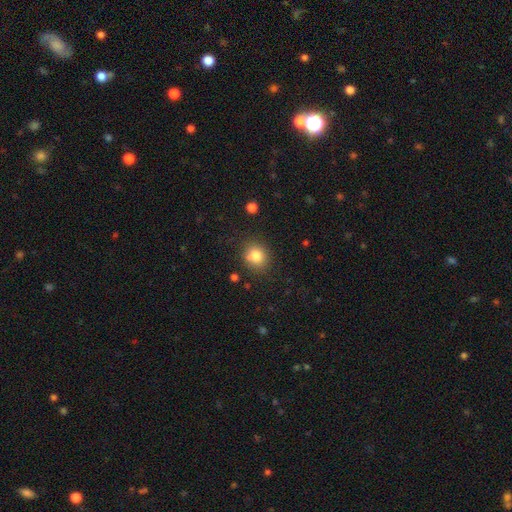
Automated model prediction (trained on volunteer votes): A smooth galaxy with no disk features (82%) that is round (75%). Merging: none (75%).